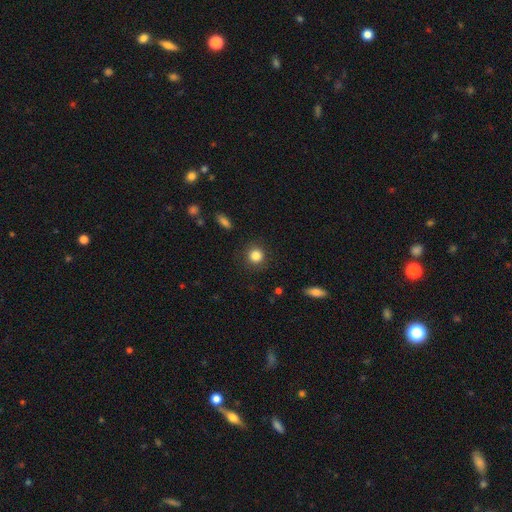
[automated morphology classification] This is clearly a smooth galaxy (84%). How rounded: clearly round (91%). Merging: clearly none (89%).